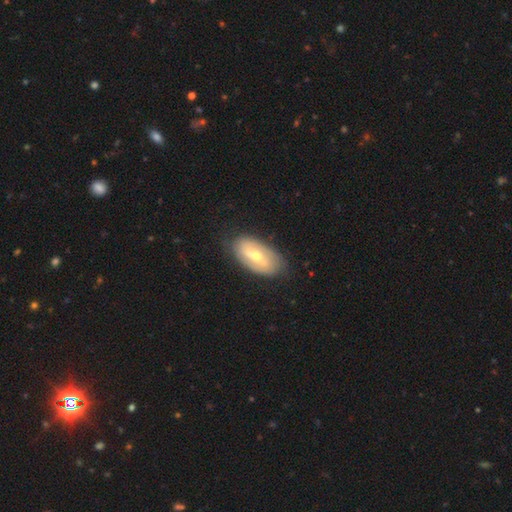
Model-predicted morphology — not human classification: featured or disk 58%, smooth 36%, star or artifact 6%. Down the decision tree: edge-on disk — no (87%); bar — weak (39%); spiral arms — no (55%); bulge size — moderate (65%); merging — none (75%).